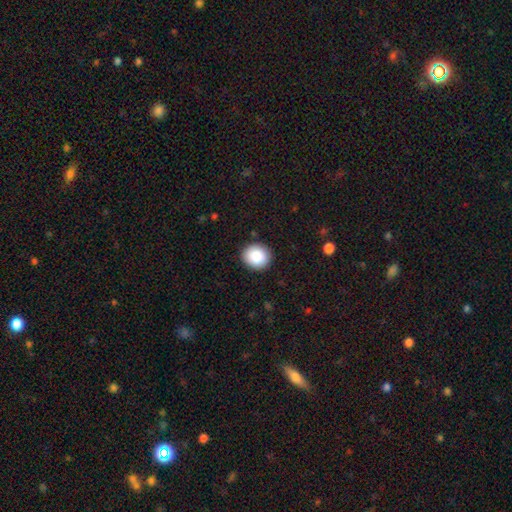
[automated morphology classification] A smooth galaxy with no disk features (88%) that is round (81%).

Vote fractions:
- Smooth or featured? smooth: 88% / star or artifact: 8% / featured or disk: 4%
- How rounded? round: 81% / in between: 18% / cigar-shaped: 1%
- Merging? none: 90% / minor disturbance: 7% / major disturbance: 2% / merger: 1%